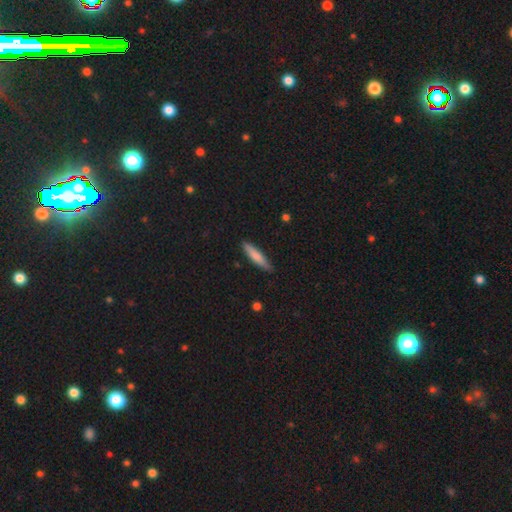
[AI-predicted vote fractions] This is likely a smooth galaxy (76%). How rounded: clearly cigar-shaped (87%). Merging: clearly none (88%).